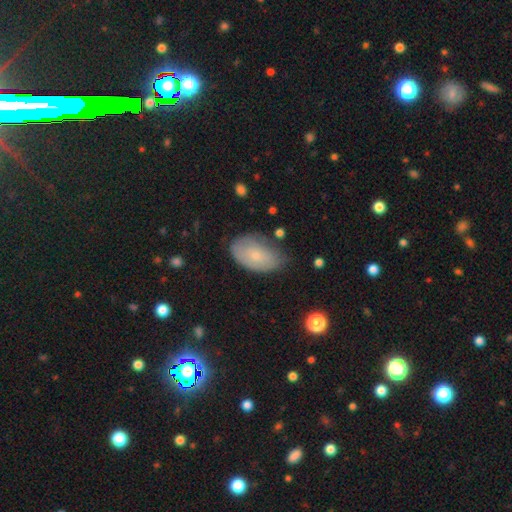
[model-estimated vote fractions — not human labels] smooth 67%, featured or disk 26%, star or artifact 7%. Down the decision tree: how rounded — in between (92%); merging — none (58%).